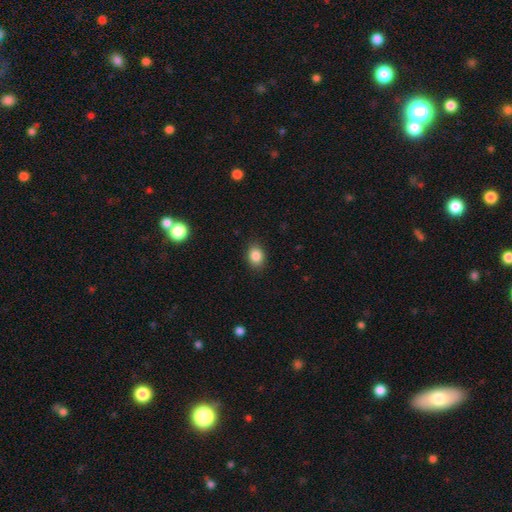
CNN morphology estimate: smooth_or_featured: smooth (p=0.86) [alt: star or artifact p=0.09]
how_rounded: in between (p=0.59) [alt: round p=0.40]
merging: none (p=0.87) [alt: minor disturbance p=0.09]